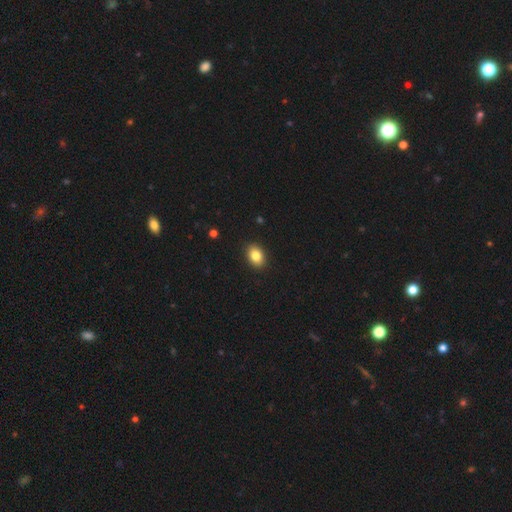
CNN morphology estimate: type=smooth (84%); roundness=in between (78%); merging=none (90%).